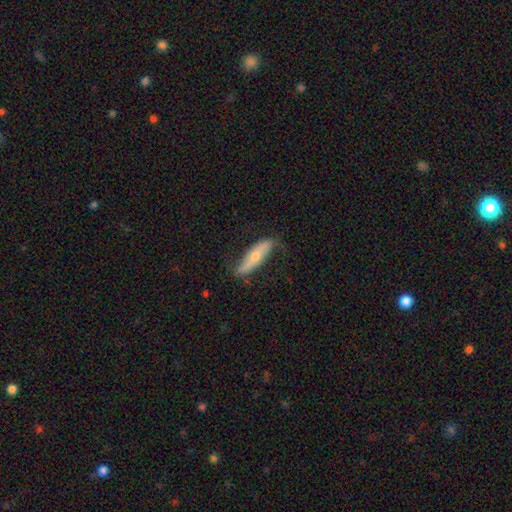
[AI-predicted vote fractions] Morphology: type=featured or disk (56%); edge-on=no (55%); merging=none (71%).